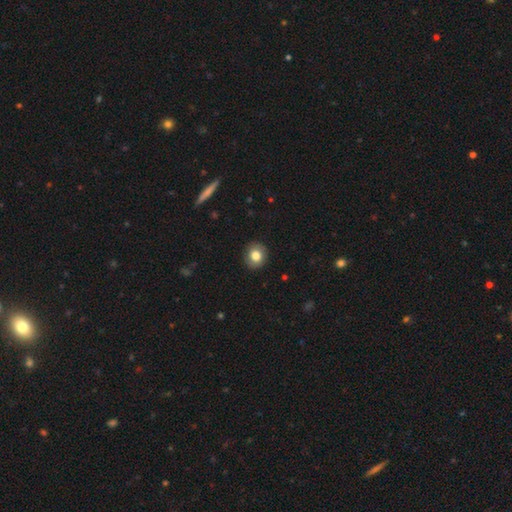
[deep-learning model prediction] Smooth or featured? Predicted: smooth (p=0.80). How rounded? Predicted: round (p=0.75). Merging? Predicted: none (p=0.89).